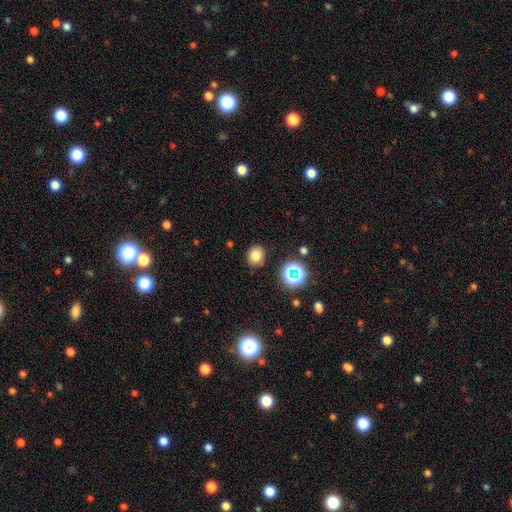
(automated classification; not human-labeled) Overall: smooth (77%). How rounded: round (71%). Merging: none (86%).